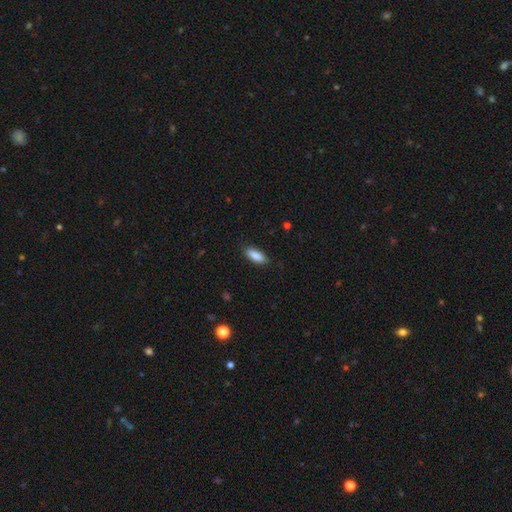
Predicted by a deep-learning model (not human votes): Smooth or featured: smooth — 88% (star or artifact — 7%)
How rounded: in between — 73% (cigar-shaped — 25%)
Merging: none — 86% (minor disturbance — 11%)